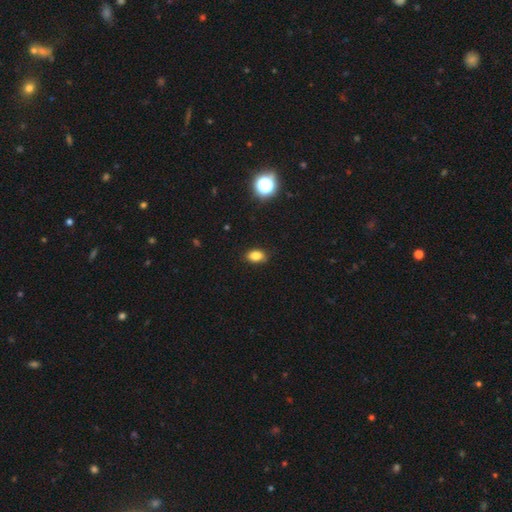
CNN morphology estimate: type=smooth (83%); roundness=in between (84%); merging=none (84%).